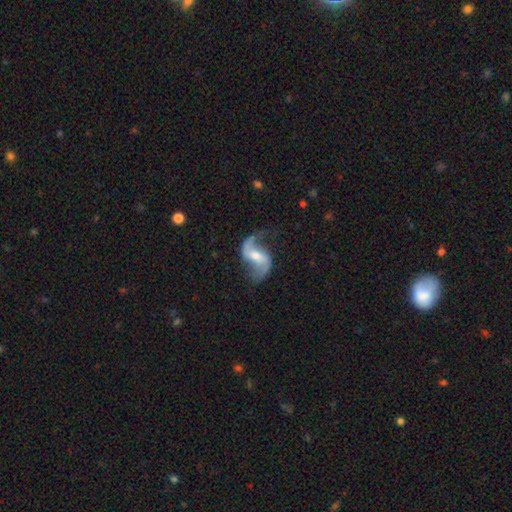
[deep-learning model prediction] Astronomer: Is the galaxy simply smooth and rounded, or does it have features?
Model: featured or disk — 89%.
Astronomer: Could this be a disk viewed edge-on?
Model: no — 97%.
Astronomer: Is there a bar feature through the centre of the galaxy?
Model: weak — 45% (runner-up: strong, 30%).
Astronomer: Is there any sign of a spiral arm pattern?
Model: yes — 96%.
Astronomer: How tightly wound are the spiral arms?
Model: loose — 75%.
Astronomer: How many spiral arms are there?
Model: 2 — 93%.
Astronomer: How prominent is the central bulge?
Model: moderate — 54% (runner-up: small, 36%).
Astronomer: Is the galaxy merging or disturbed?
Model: none — 73%.